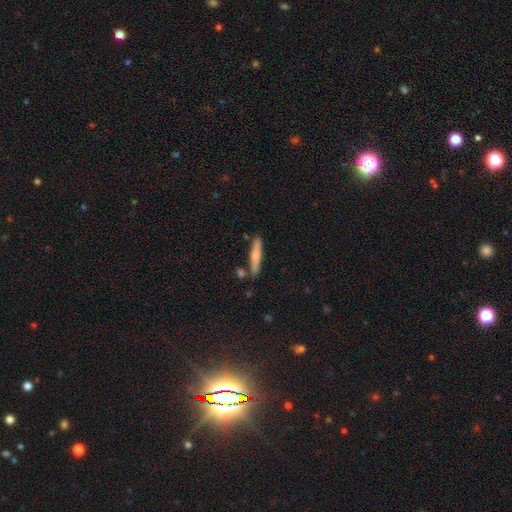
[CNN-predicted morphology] This is likely a smooth galaxy (65%). How rounded: clearly cigar-shaped (89%). Merging: likely none (80%).